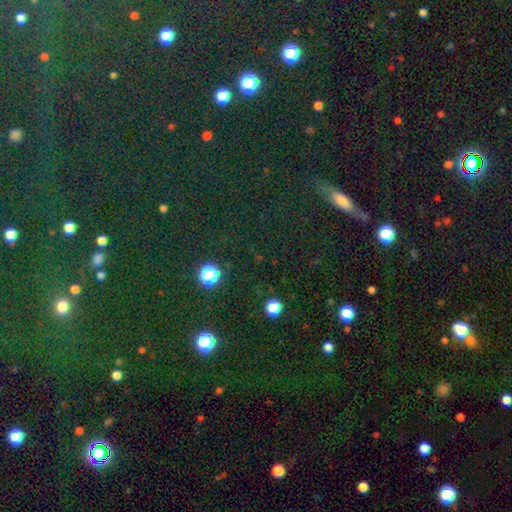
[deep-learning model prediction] A star or artifact, not a galaxy (66%).